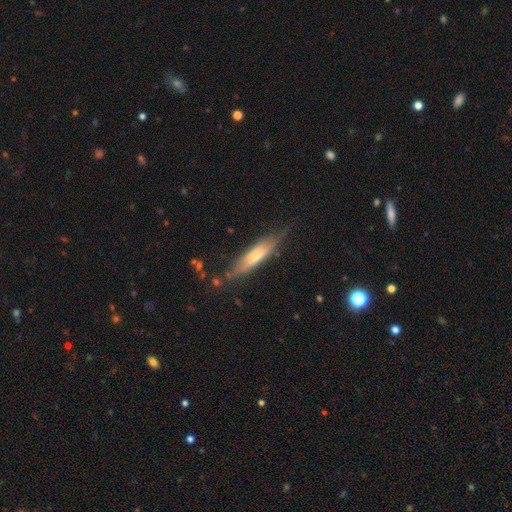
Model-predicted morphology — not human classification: A featured or disk galaxy (50%) viewed edge-on (82%).

Vote fractions:
- Smooth or featured? featured or disk: 50% / smooth: 43% / star or artifact: 7%
- Edge-on disk? yes: 82% / no: 18%
- Merging? none: 74% / minor disturbance: 19% / major disturbance: 5% / merger: 2%